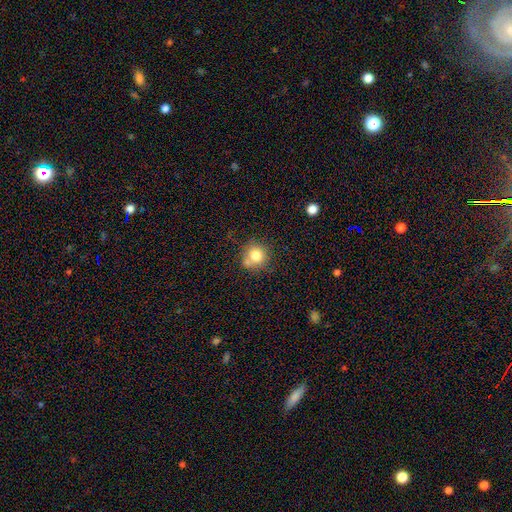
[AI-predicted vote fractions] Q: Smooth or featured?
A: smooth (78%); runner-up: star or artifact (11%)
Q: How rounded?
A: round (89%); runner-up: in between (10%)
Q: Merging?
A: none (60%); runner-up: merger (20%)